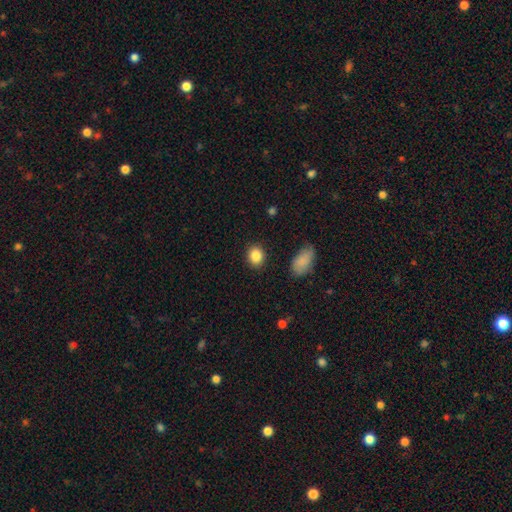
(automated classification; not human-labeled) Smooth or featured? Predicted: smooth (p=0.86). How rounded? Predicted: round (p=0.57). Merging? Predicted: none (p=0.88).